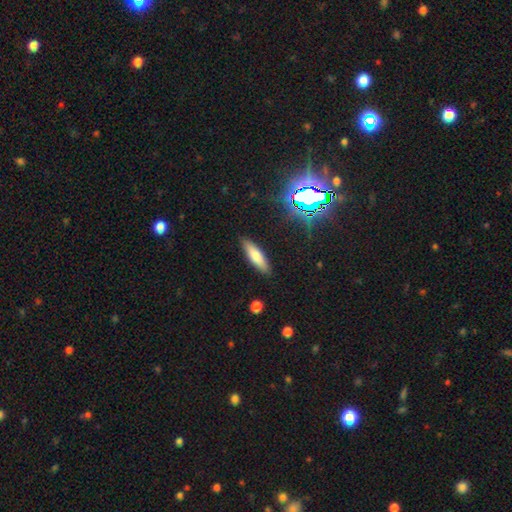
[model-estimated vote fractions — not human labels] Q: Smooth or featured?
A: smooth (71%); runner-up: featured or disk (21%)
Q: How rounded?
A: cigar-shaped (60%); runner-up: in between (38%)
Q: Merging?
A: none (87%); runner-up: minor disturbance (9%)